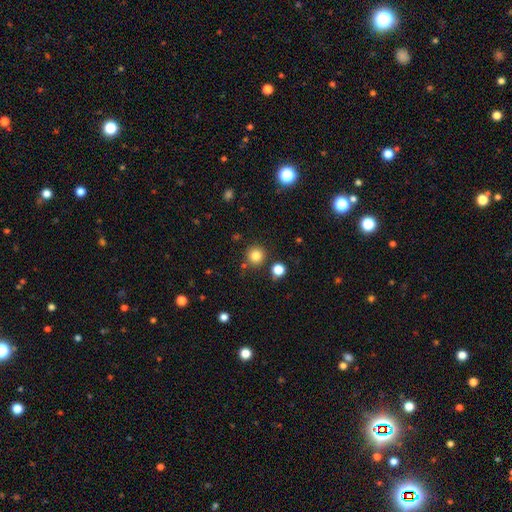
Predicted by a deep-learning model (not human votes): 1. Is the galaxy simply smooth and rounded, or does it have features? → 82% smooth, 12% star or artifact, 5% featured or disk.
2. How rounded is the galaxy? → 94% round, 5% in between, 1% cigar-shaped.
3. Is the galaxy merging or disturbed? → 84% none, 8% minor disturbance, 5% merger, 3% major disturbance.